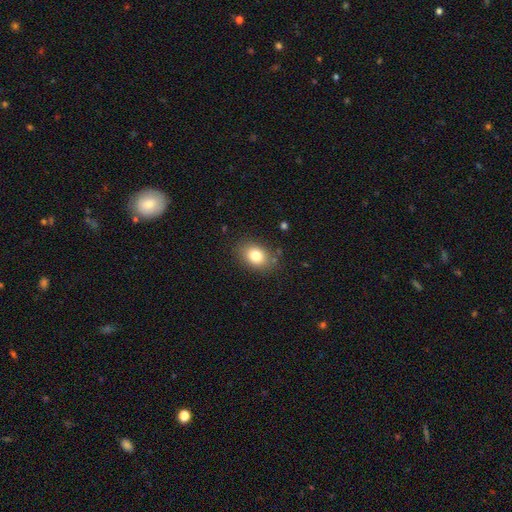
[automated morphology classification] This is clearly a smooth galaxy (81%). How rounded: likely in between (68%). Merging: clearly none (83%).